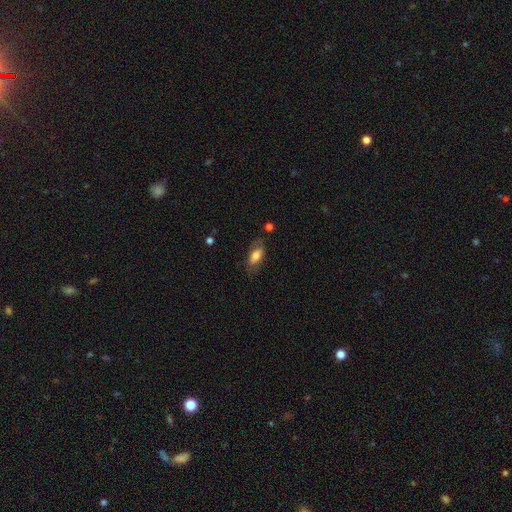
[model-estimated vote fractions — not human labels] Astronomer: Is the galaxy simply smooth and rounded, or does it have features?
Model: smooth — 67%.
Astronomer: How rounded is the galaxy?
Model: in between — 85%.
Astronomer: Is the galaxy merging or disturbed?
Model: none — 72%.